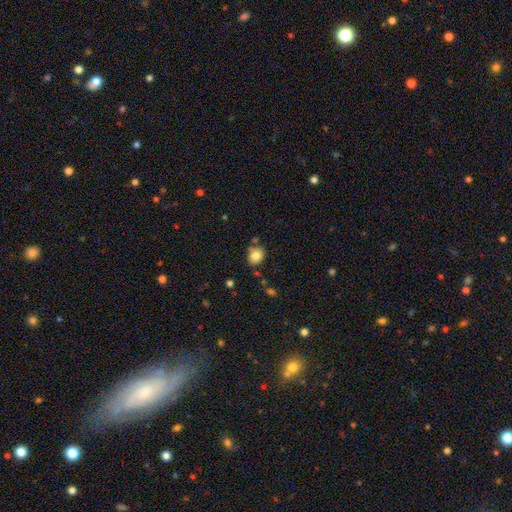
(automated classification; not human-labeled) Overall: smooth (83%). How rounded: round (78%). Merging: none (73%).